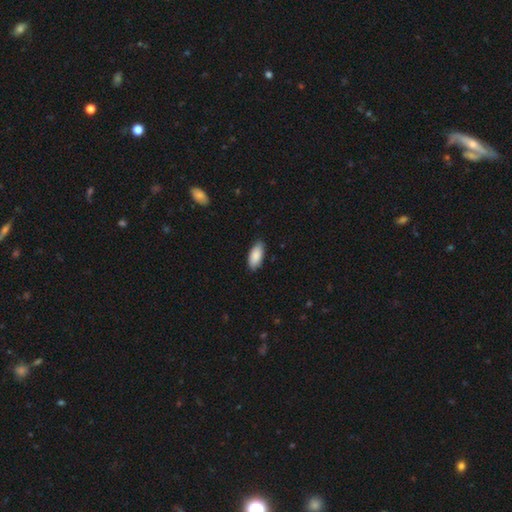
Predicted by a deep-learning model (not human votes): smooth-or-featured: smooth: 89% | star or artifact: 6% | featured or disk: 5%
  how-rounded: in between: 88% | cigar-shaped: 10% | round: 2%
  merging: none: 86% | minor disturbance: 11% | major disturbance: 2% | merger: 1%